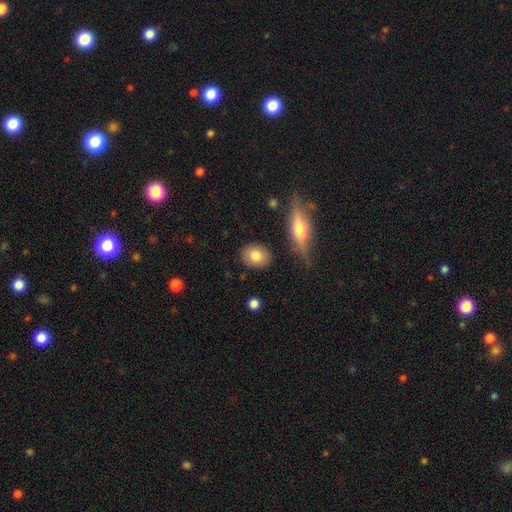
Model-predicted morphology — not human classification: This is clearly a smooth galaxy (82%). How rounded: possibly in between (50%). Merging: clearly none (86%).